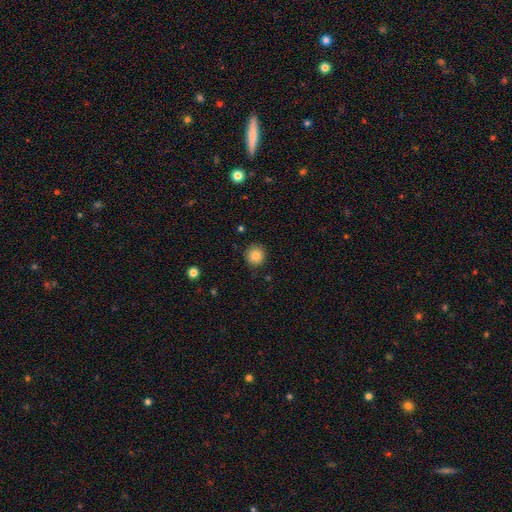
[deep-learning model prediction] A smooth galaxy with no disk features (84%) that is round (94%).

Vote fractions:
- Smooth or featured? smooth: 84% / star or artifact: 10% / featured or disk: 6%
- How rounded? round: 94% / in between: 6% / cigar-shaped: 1%
- Merging? none: 89% / minor disturbance: 8% / major disturbance: 2% / merger: 1%